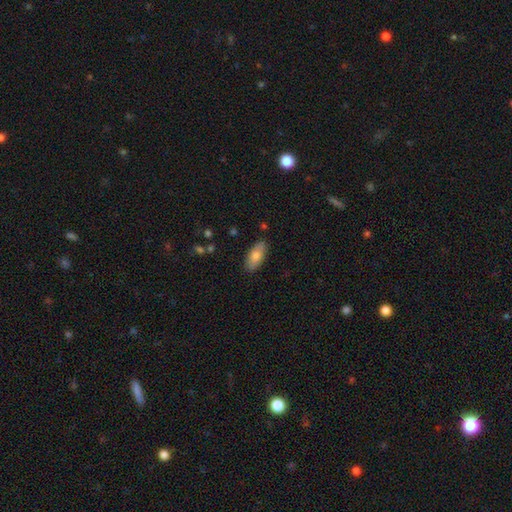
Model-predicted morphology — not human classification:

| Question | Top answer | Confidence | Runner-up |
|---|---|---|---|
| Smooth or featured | smooth | 77% | featured or disk (16%) |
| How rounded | in between | 86% | cigar-shaped (12%) |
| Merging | none | 87% | minor disturbance (10%) |